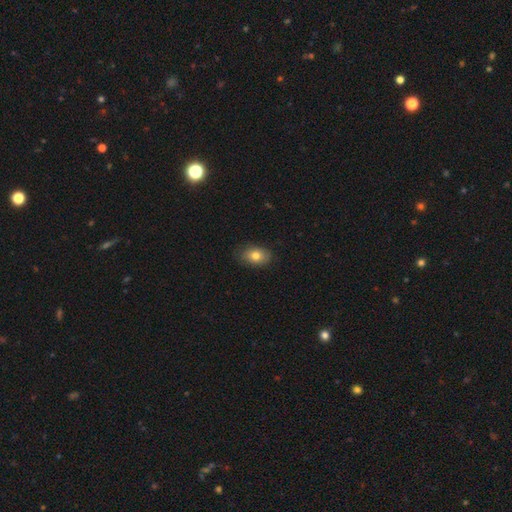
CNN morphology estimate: The model was most divided on "smooth or featured": smooth: 79%, featured or disk: 13%, star or artifact: 9%. More confident: how rounded — in between (84%); merging — none (82%).